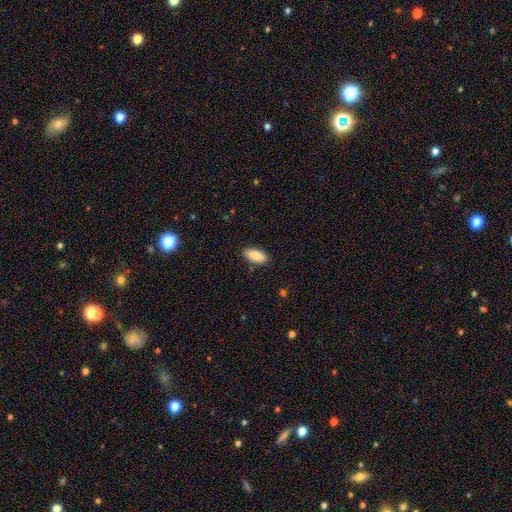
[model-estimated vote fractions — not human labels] Q: Smooth or featured?
A: smooth (89%); runner-up: star or artifact (6%)
Q: How rounded?
A: in between (86%); runner-up: cigar-shaped (12%)
Q: Merging?
A: none (86%); runner-up: minor disturbance (11%)